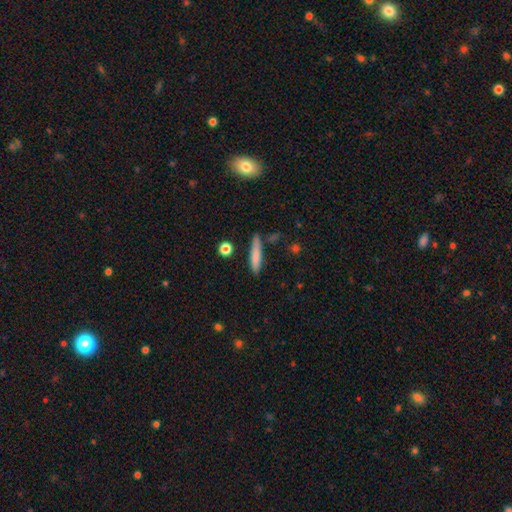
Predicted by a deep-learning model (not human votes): smooth-or-featured: smooth: 75% | featured or disk: 18% | star or artifact: 7%
  how-rounded: cigar-shaped: 90% | in between: 8% | round: 2%
  merging: none: 81% | minor disturbance: 12% | merger: 4% | major disturbance: 3%